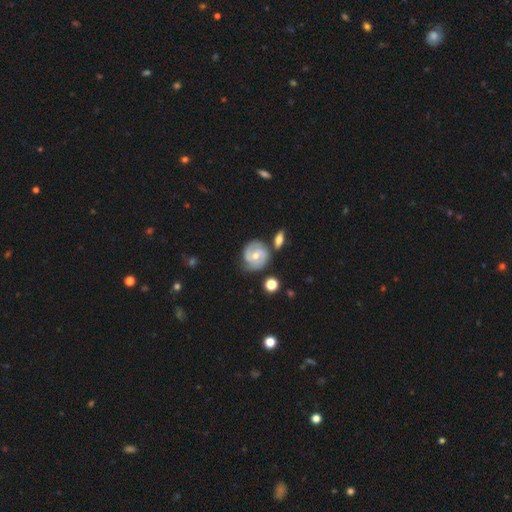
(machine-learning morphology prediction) A featured or disk galaxy (72%) with no bar (59%), 2 (66%) tight (53%) spiral arms (90%) and a moderate central bulge (64%). Merging: none (66%).